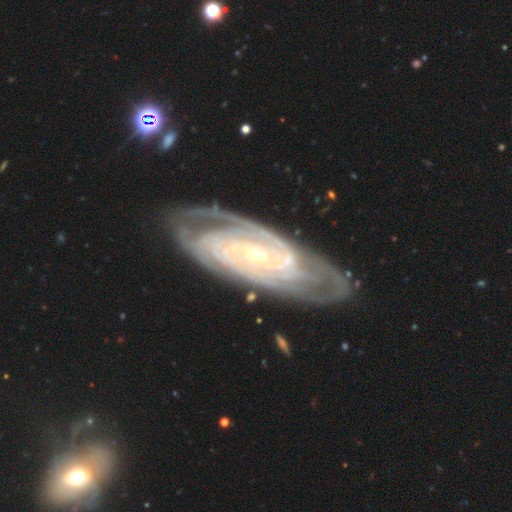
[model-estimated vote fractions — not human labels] smooth-or-featured: featured or disk: 90% | smooth: 5% | star or artifact: 5%
  disk-edge-on: no: 92% | yes: 8%
    bar: no: 44% | weak: 34% | strong: 21%
    has-spiral-arms: yes: 97% | no: 3%
      spiral-winding: tight: 72% | medium: 24% | loose: 4%
      spiral-arm-count: can't tell: 28% (tied) | 2: 28% (tied) | 3: 18% | 4: 13% | more than 4: 8% | 1: 6%
    bulge-size: small: 77% | moderate: 20% | large: 1% | none: 1% | dominant: 1%
  merging: none: 78% | minor disturbance: 15% | major disturbance: 5% | merger: 2%